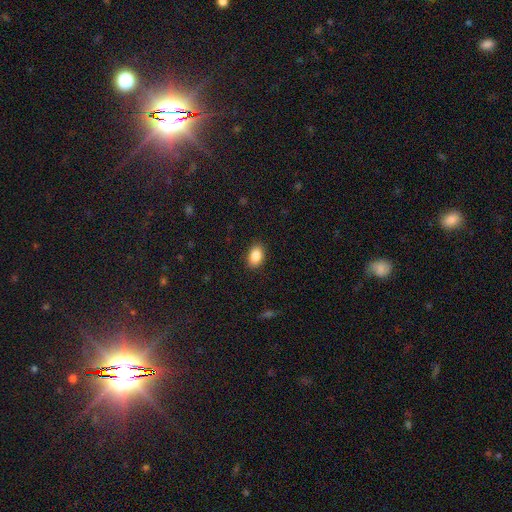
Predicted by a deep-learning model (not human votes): Q: Smooth or featured?
A: smooth (86%); runner-up: star or artifact (8%)
Q: How rounded?
A: in between (86%); runner-up: round (13%)
Q: Merging?
A: none (89%); runner-up: minor disturbance (8%)